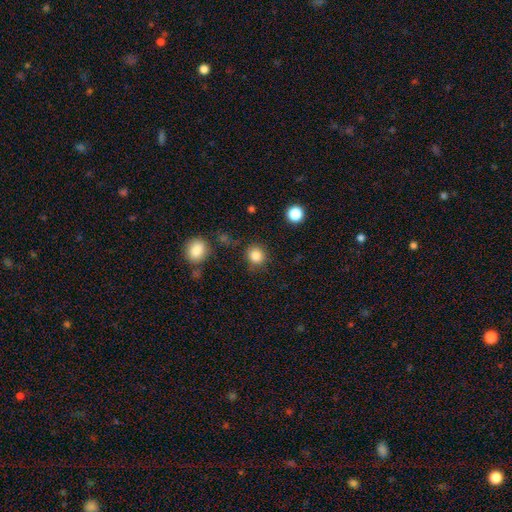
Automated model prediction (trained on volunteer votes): Q: Smooth or featured?
A: smooth (85%); runner-up: star or artifact (11%)
Q: How rounded?
A: round (86%); runner-up: in between (13%)
Q: Merging?
A: none (83%); runner-up: minor disturbance (11%)